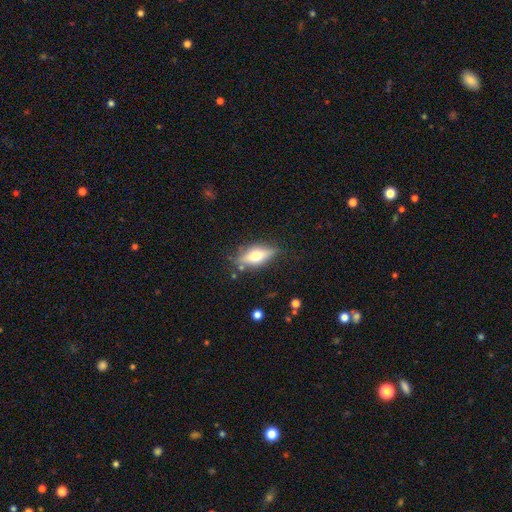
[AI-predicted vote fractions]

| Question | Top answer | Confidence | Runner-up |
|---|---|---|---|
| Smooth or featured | smooth | 49% | featured or disk (43%) |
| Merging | none | 77% | minor disturbance (16%) |